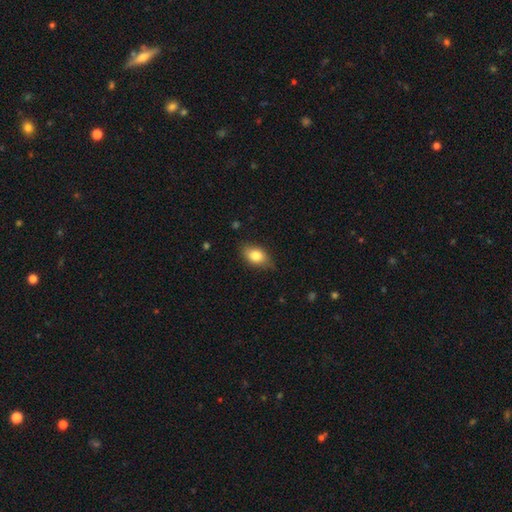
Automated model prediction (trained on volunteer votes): Smooth or featured: smooth — 82% (featured or disk — 11%)
How rounded: in between — 86% (round — 12%)
Merging: none — 75% (minor disturbance — 20%)